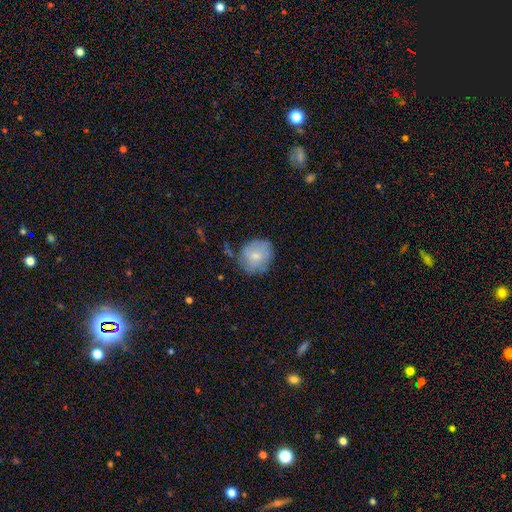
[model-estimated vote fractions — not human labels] The model was most divided on "merging": none: 64%, minor disturbance: 25%, major disturbance: 8%, merger: 3%. More confident: how rounded — round (77%); smooth or featured — smooth (71%).